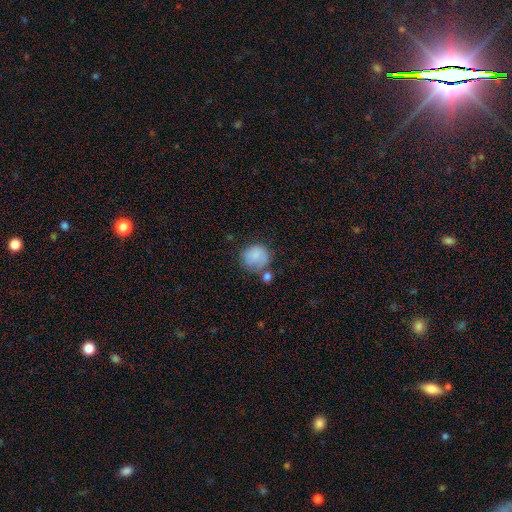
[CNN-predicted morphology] A smooth galaxy with no disk features (81%) that is round (80%). Merging: none (50%).